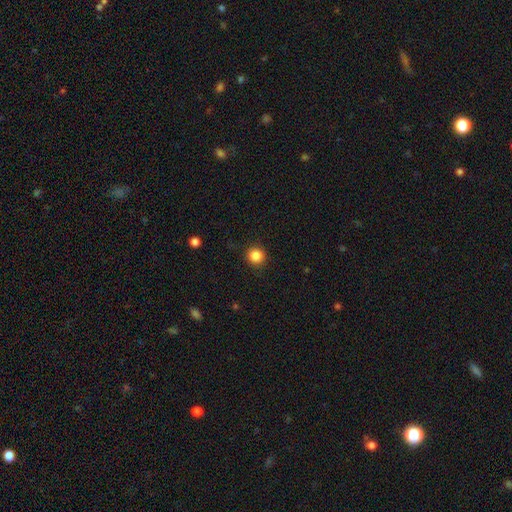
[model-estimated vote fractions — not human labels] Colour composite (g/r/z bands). It shows a smooth galaxy with no disk features (85%) that is round (94%). Merging: none (91%).